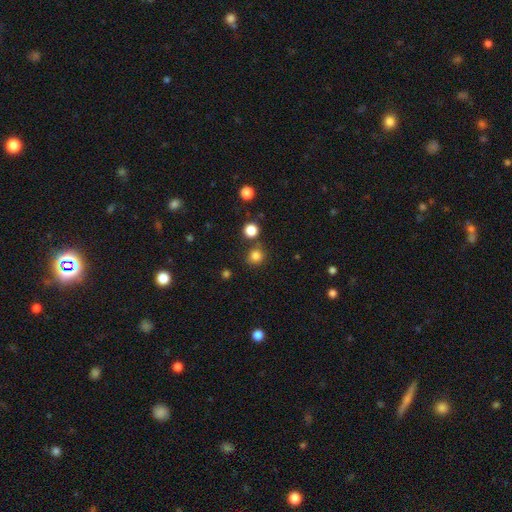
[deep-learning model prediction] A smooth galaxy with no disk features (80%) that is round (88%).

Vote fractions:
- Smooth or featured? smooth: 80% / star or artifact: 15% / featured or disk: 5%
- How rounded? round: 88% / in between: 11% / cigar-shaped: 1%
- Merging? none: 77% / merger: 10% / minor disturbance: 10% / major disturbance: 3%